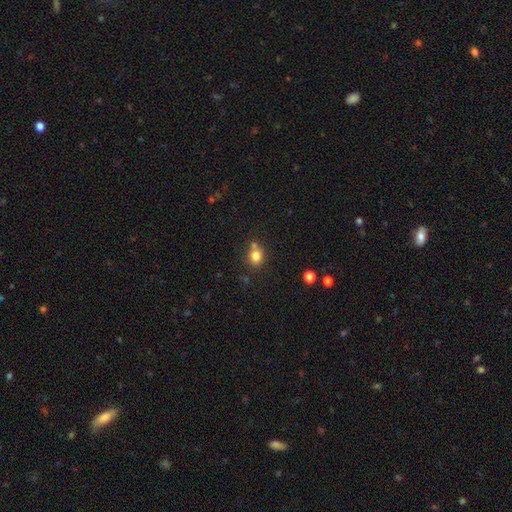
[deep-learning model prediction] Q: Smooth or featured?
A: smooth (80%); runner-up: star or artifact (12%)
Q: How rounded?
A: round (62%); runner-up: in between (37%)
Q: Merging?
A: none (61%); runner-up: merger (21%)